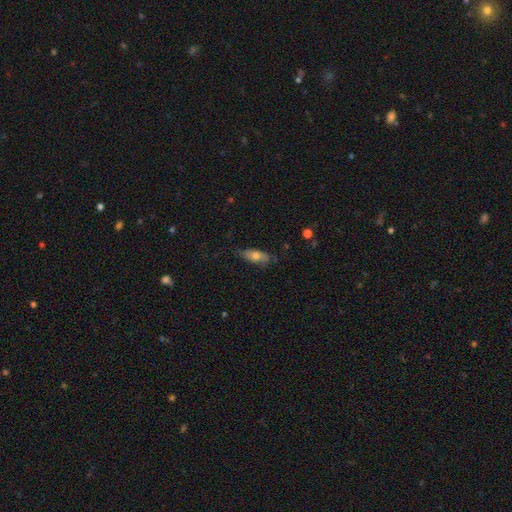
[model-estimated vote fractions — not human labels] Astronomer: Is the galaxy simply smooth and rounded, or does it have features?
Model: smooth — 64%.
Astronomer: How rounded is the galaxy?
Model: in between — 68%.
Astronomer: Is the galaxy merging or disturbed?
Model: none — 70%.